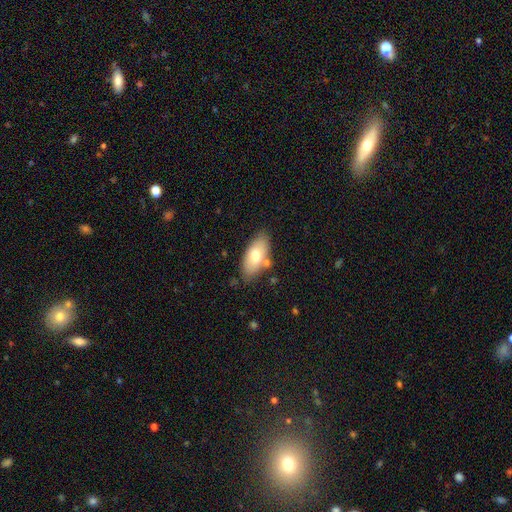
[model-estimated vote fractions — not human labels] Smooth or featured? smooth (69%)
How rounded? in between (90%)
Merging? none (76%)